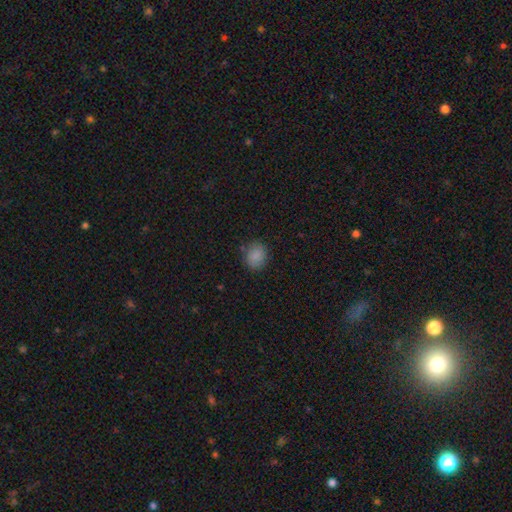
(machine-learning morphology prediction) Smooth or featured? smooth (86%)
How rounded? round (63%)
Merging? none (83%)